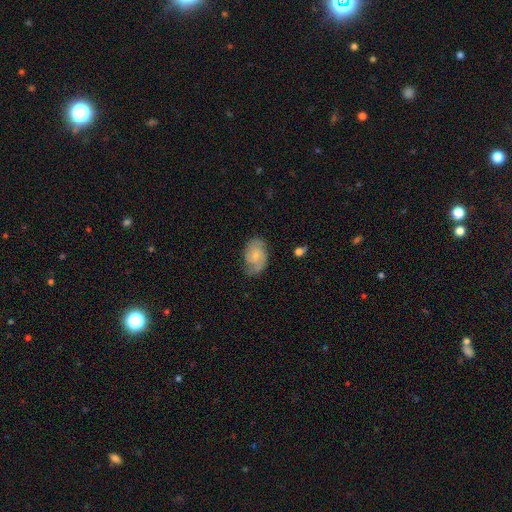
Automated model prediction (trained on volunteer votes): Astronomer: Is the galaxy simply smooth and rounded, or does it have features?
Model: featured or disk — 60%.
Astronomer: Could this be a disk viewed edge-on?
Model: no — 97%.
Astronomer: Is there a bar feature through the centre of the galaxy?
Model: no — 63%.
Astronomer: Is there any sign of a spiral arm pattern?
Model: yes — 91%.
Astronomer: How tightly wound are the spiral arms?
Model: medium — 44% (runner-up: tight, 37%).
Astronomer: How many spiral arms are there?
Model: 2 — 67%.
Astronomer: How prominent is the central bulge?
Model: small — 56%.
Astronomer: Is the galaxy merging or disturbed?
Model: none — 69%.